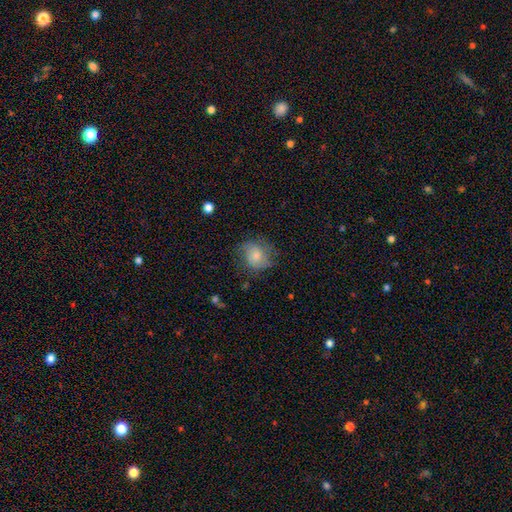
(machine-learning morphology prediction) Smooth or featured?
  - smooth: 66% *
  - featured or disk: 25%
  - star or artifact: 8%
How rounded?
  - round: 72% *
  - in between: 27%
  - cigar-shaped: 1%
Merging?
  - none: 62% *
  - minor disturbance: 25%
  - major disturbance: 11%
  - merger: 2%